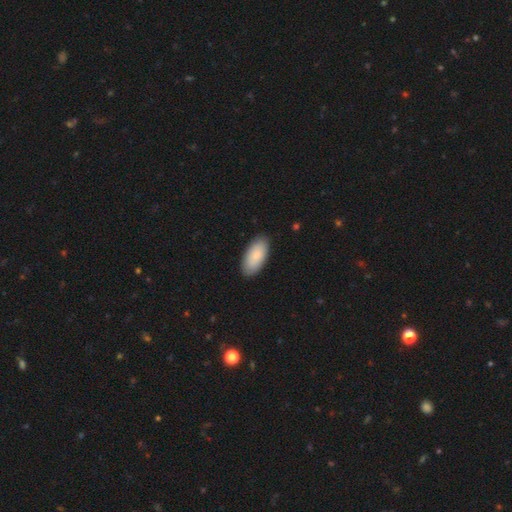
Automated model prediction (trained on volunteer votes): Smooth or featured? Predicted: smooth (p=0.88). How rounded? Predicted: in between (p=0.94). Merging? Predicted: none (p=0.88).